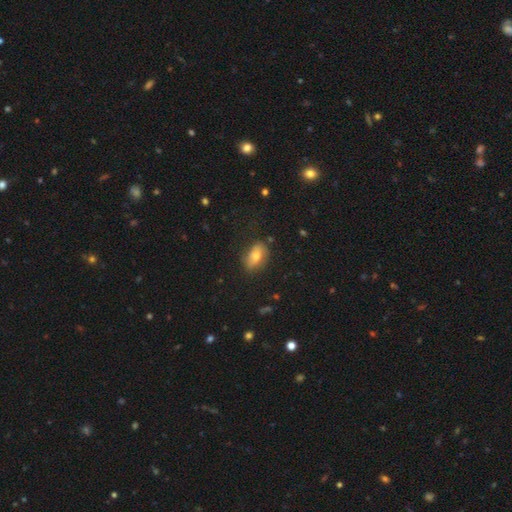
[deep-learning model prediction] Smooth or featured? smooth (67%)
How rounded? in between (88%)
Merging? none (77%)